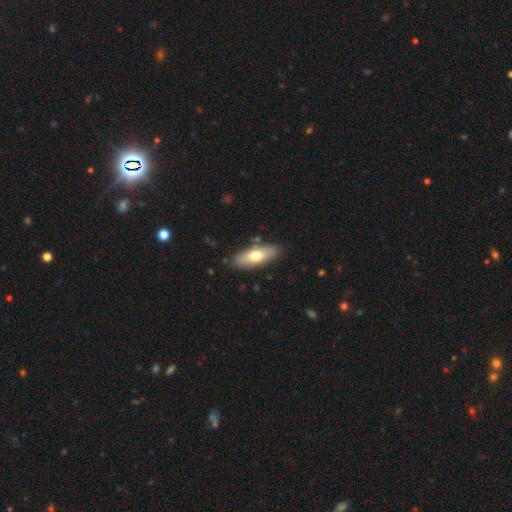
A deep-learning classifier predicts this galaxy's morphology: Smooth or featured: smooth — 65% (featured or disk — 29%)
How rounded: in between — 69% (cigar-shaped — 29%)
Merging: none — 84% (minor disturbance — 11%)